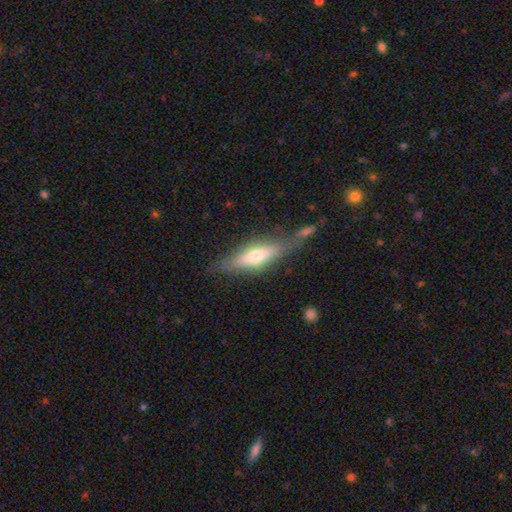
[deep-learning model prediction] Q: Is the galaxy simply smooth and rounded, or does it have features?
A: featured or disk — 54%.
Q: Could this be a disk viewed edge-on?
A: yes — 88%.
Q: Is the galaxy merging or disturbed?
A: none — 67%.